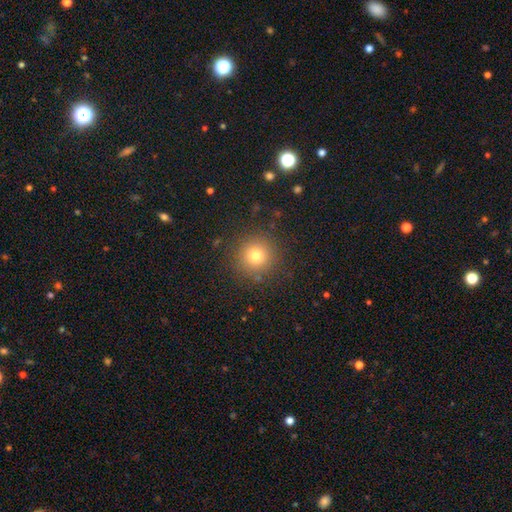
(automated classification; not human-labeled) Overall: smooth (76%). How rounded: round (95%). Merging: none (89%).